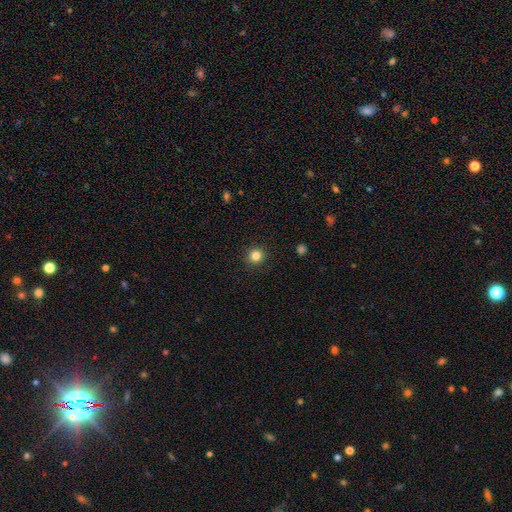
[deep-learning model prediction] smooth_or_featured: smooth (p=0.83) [alt: star or artifact p=0.12]
how_rounded: round (p=0.94) [alt: in between p=0.05]
merging: none (p=0.91) [alt: minor disturbance p=0.06]